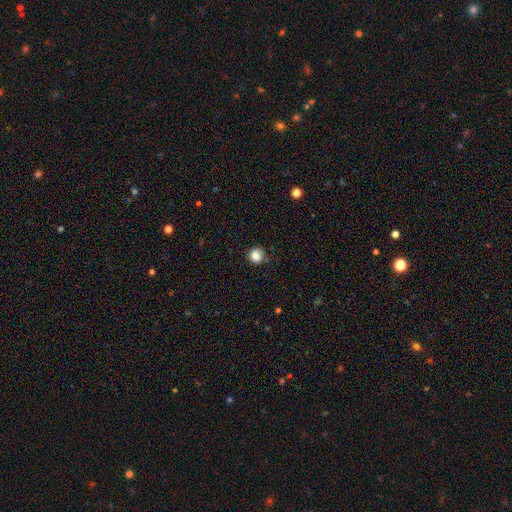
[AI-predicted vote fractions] Overall: smooth (85%). How rounded: round (87%). Merging: none (77%).